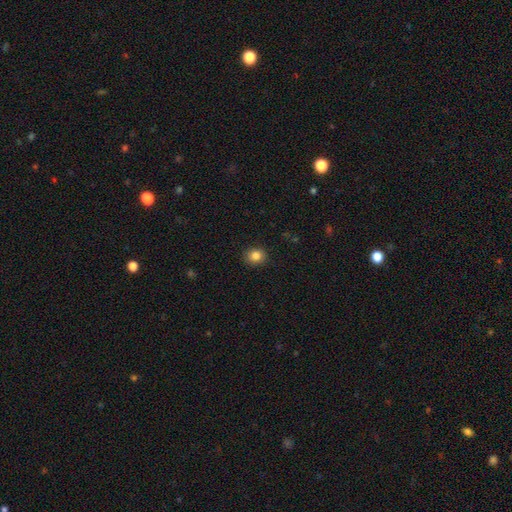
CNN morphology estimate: smooth_or_featured: smooth (p=0.84) [alt: star or artifact p=0.10]
how_rounded: round (p=0.77) [alt: in between p=0.22]
merging: none (p=0.90) [alt: minor disturbance p=0.08]